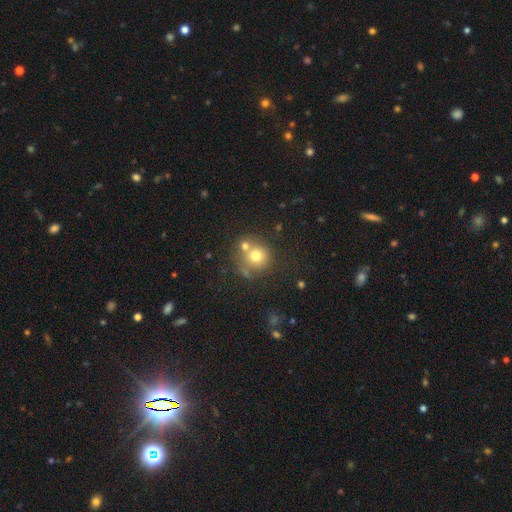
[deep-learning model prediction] A smooth galaxy with no disk features (71%) that is round (89%).

Vote fractions:
- Smooth or featured? smooth: 71% / featured or disk: 16% / star or artifact: 13%
- How rounded? round: 89% / in between: 10% / cigar-shaped: 1%
- Merging? none: 54% / merger: 30% / minor disturbance: 11% / major disturbance: 5%